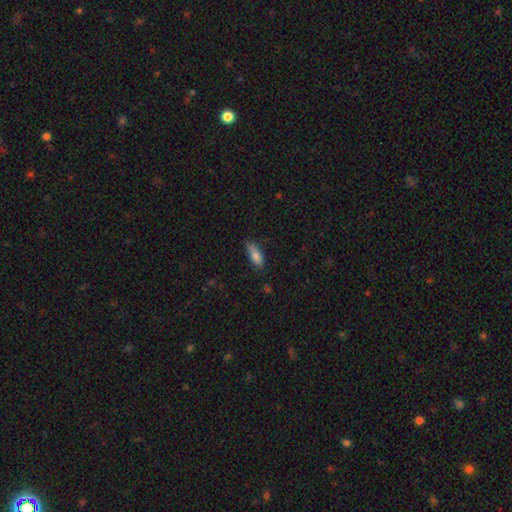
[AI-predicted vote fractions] A smooth galaxy with no disk features (83%) that is in between round and cigar-shaped (63%). Merging: none (66%).